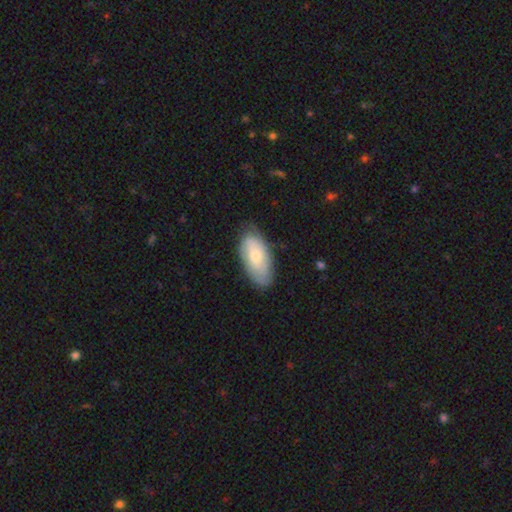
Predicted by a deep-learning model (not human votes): Overall: smooth (56%; featured or disk 38%). How rounded: in between (91%). Merging: none (73%).